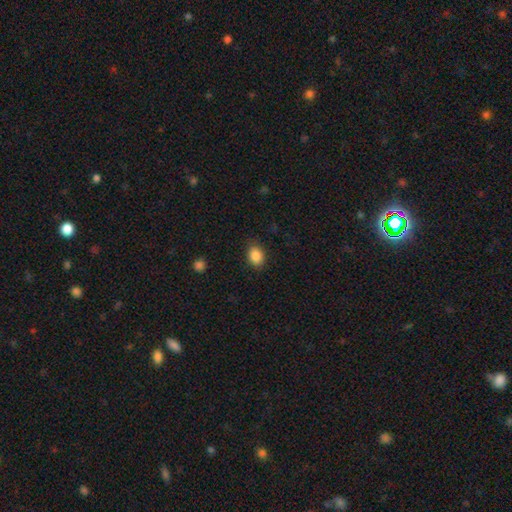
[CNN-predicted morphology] type=smooth (87%); roundness=in between (70%); merging=none (85%).